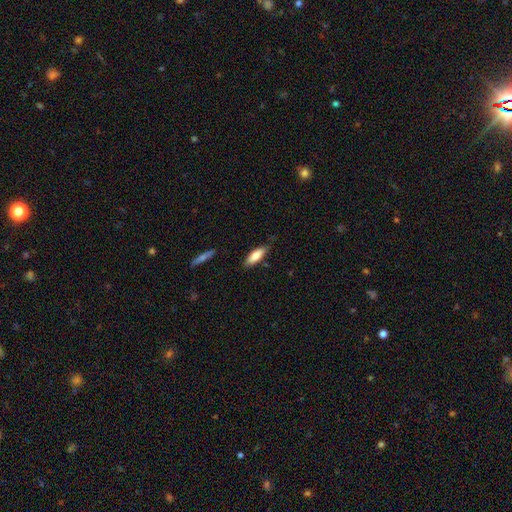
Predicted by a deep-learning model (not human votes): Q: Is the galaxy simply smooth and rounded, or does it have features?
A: smooth — 78%.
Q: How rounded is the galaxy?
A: in between — 59%.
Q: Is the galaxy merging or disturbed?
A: none — 79%.